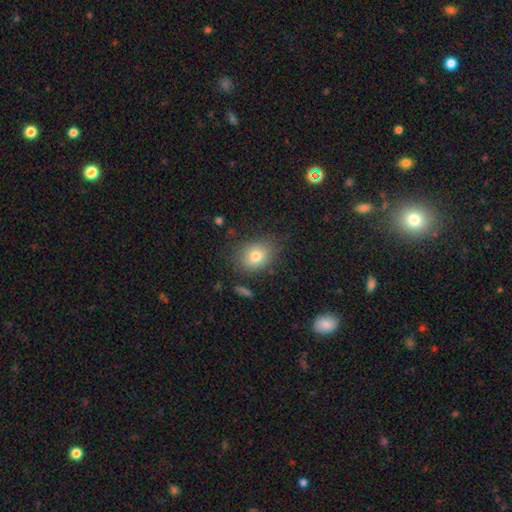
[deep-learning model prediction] Smooth or featured: smooth — 77% (featured or disk — 12%)
How rounded: in between — 53% (round — 46%)
Merging: none — 78% (minor disturbance — 15%)